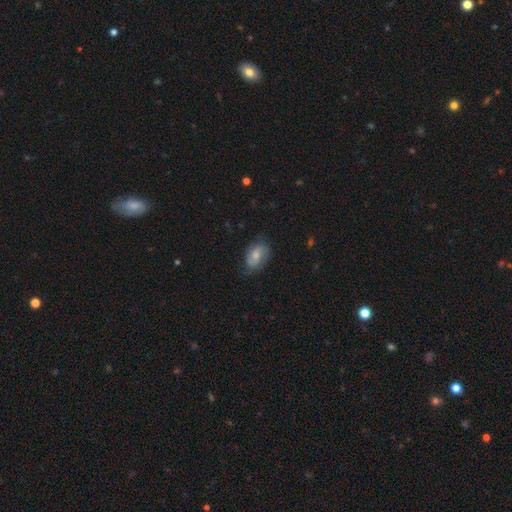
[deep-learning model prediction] Overall: smooth (53%; featured or disk 39%). How rounded: in between (83%). Merging: none (68%).